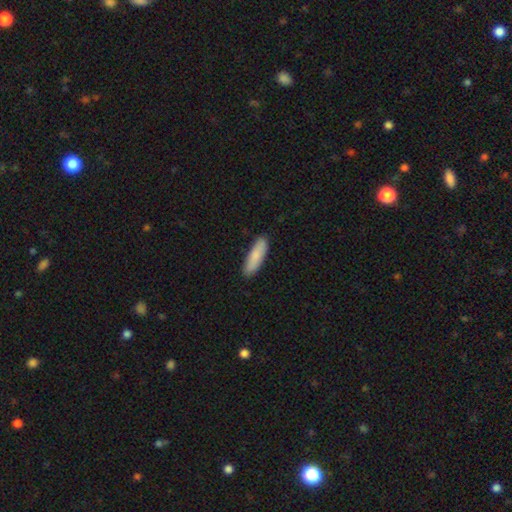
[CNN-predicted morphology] smooth 85%, featured or disk 9%, star or artifact 6%. Down the decision tree: how rounded — cigar-shaped (61%); merging — none (88%).